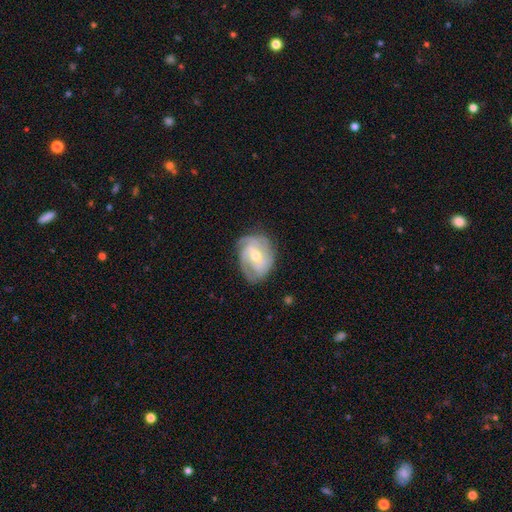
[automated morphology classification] Overall: featured or disk (80%). Edge-on disk: no (97%). Bar: weak (44%; no 40%). Spiral arms: yes (93%). Spiral arm count: 3 (36%; can't tell 23%). Spiral winding: tight (52%; medium 36%). Bulge size: moderate (61%; small 35%). Merging: none (69%).